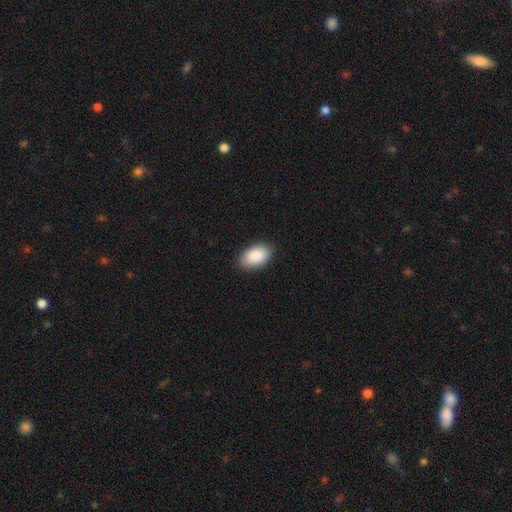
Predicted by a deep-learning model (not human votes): Smooth or featured? smooth (90%)
How rounded? in between (94%)
Merging? none (89%)